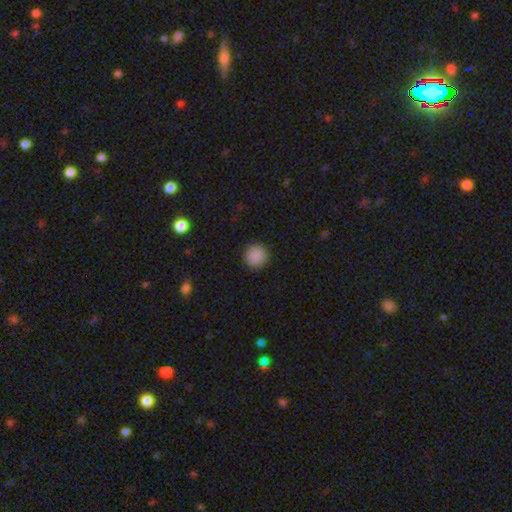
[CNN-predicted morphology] Smooth or featured?
  - smooth: 87% *
  - star or artifact: 9%
  - featured or disk: 4%
How rounded?
  - round: 94% *
  - in between: 5%
  - cigar-shaped: 1%
Merging?
  - none: 91% *
  - minor disturbance: 6%
  - major disturbance: 2%
  - merger: 1%